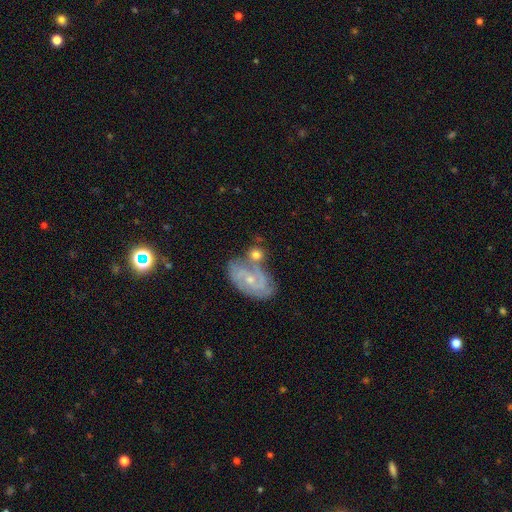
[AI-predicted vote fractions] This appears to be a featured or disk galaxy (70%) with no bar (55%), 2 (50%) tight (46%) spiral arms (90%) and a small central bulge (67%). Merging: none (50%).